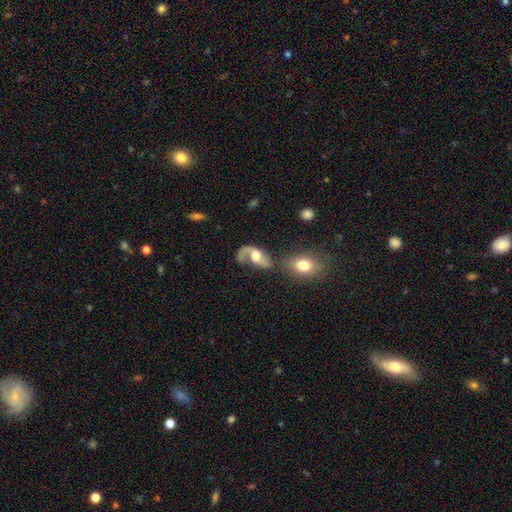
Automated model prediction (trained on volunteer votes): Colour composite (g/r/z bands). It shows a featured or disk galaxy (77%) with no bar (64%), 2 (67%) loose (61%) spiral arms (89%) and a moderate central bulge (60%). Merging: none (31%).